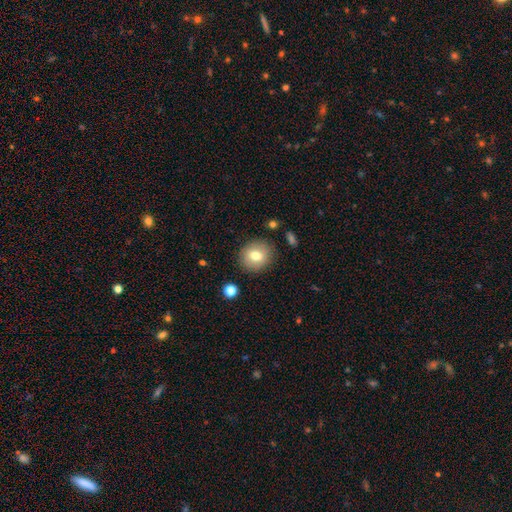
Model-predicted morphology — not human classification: The model was most divided on "how rounded": round: 77%, in between: 22%, cigar-shaped: 1%. More confident: merging — none (86%); smooth or featured — smooth (74%).